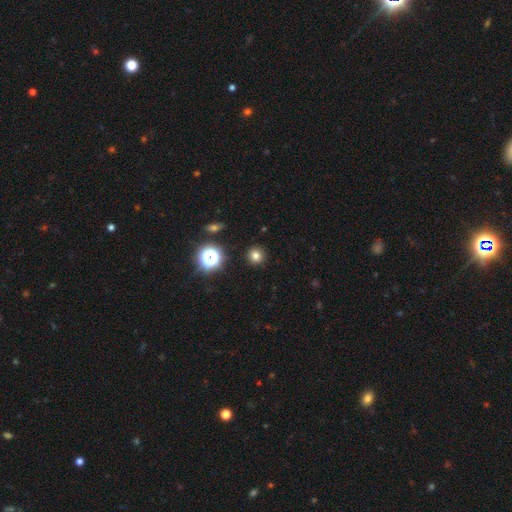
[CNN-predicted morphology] The model was most divided on "smooth or featured": smooth: 76%, star or artifact: 18%, featured or disk: 6%. More confident: how rounded — round (94%); merging — none (92%).